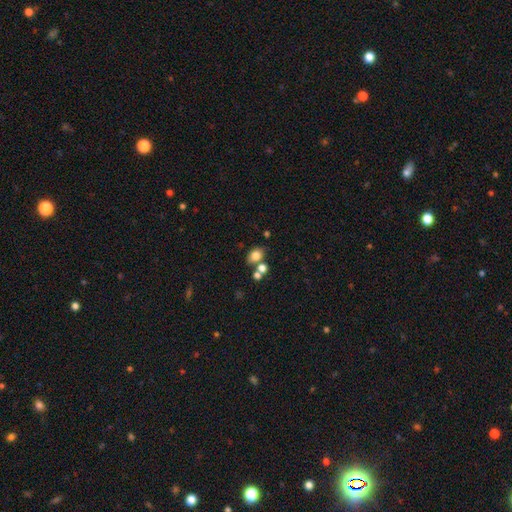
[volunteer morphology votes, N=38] type=smooth (79%); roundness=in between (67%); merging=none (47%).